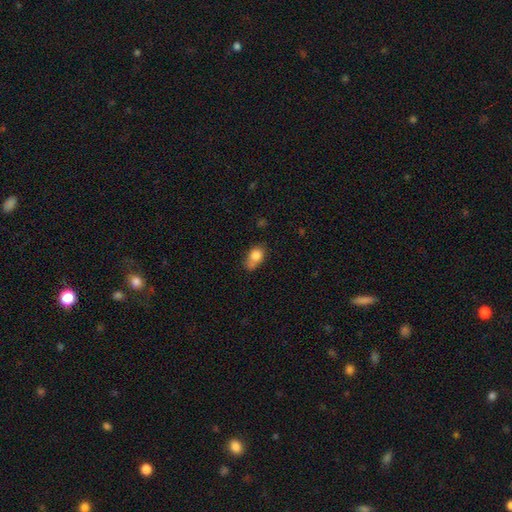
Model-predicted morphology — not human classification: Smooth or featured? Predicted: smooth (p=0.80). How rounded? Predicted: in between (p=0.73). Merging? Predicted: none (p=0.43).